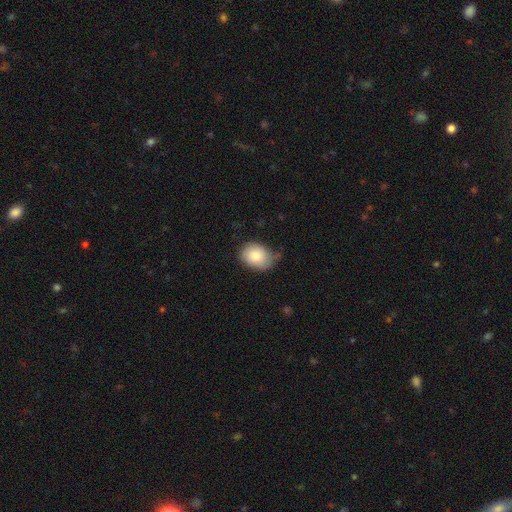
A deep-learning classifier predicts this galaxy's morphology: A smooth galaxy with no disk features (83%) that is in between round and cigar-shaped (62%).

Vote fractions:
- Smooth or featured? smooth: 83% / featured or disk: 10% / star or artifact: 7%
- How rounded? in between: 62% / round: 37% / cigar-shaped: 1%
- Merging? none: 58% / minor disturbance: 33% / major disturbance: 7% / merger: 2%